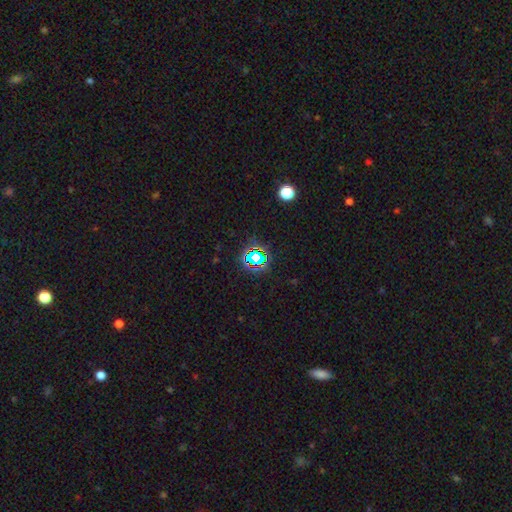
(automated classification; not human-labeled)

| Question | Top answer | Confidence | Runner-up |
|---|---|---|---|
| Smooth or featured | star or artifact | 71% | smooth (19%) |